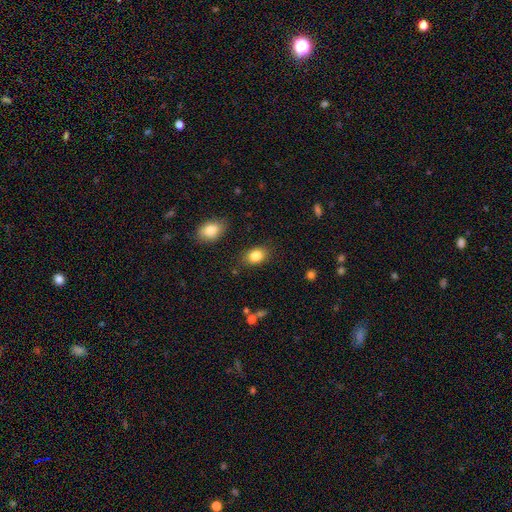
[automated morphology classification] Smooth or featured? Predicted: smooth (p=0.84). How rounded? Predicted: in between (p=0.73). Merging? Predicted: none (p=0.84).